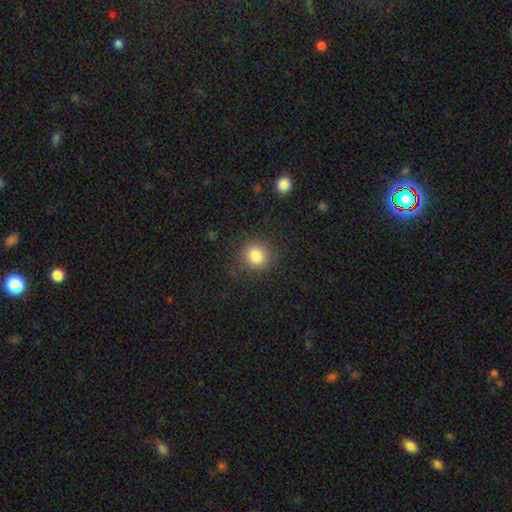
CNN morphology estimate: Smooth or featured? Predicted: smooth (p=0.83). How rounded? Predicted: round (p=0.90). Merging? Predicted: none (p=0.87).